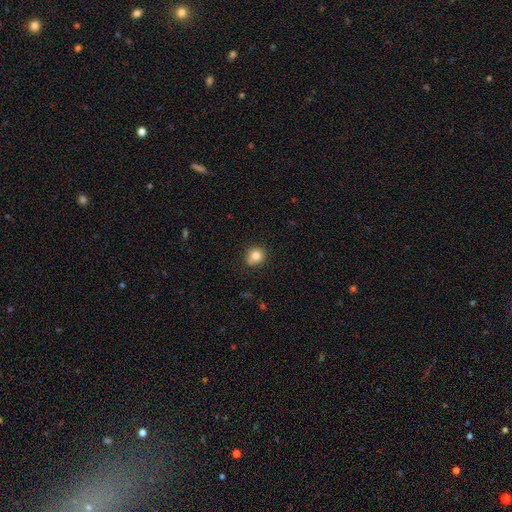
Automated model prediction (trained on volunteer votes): Smooth or featured? smooth (82%)
How rounded? round (81%)
Merging? none (73%)